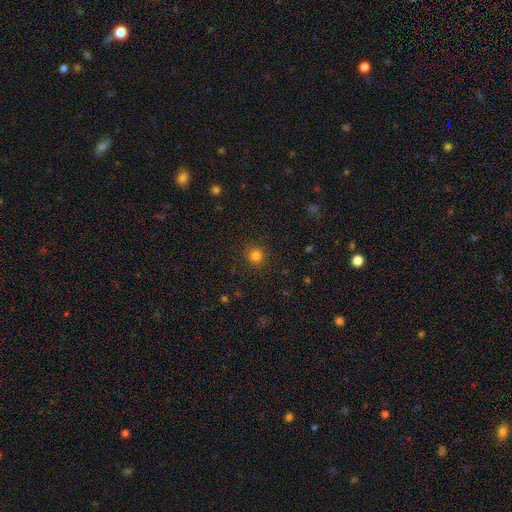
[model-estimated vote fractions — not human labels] smooth-or-featured: smooth: 81% | star or artifact: 14% | featured or disk: 5%
  how-rounded: round: 90% | in between: 9% | cigar-shaped: 1%
  merging: none: 90% | minor disturbance: 7% | major disturbance: 2% | merger: 1%